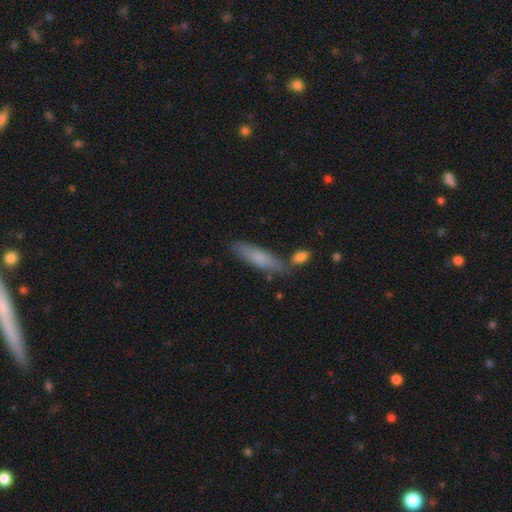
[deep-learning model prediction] smooth 71%, featured or disk 21%, star or artifact 8%. Down the decision tree: how rounded — cigar-shaped (71%); merging — none (71%).